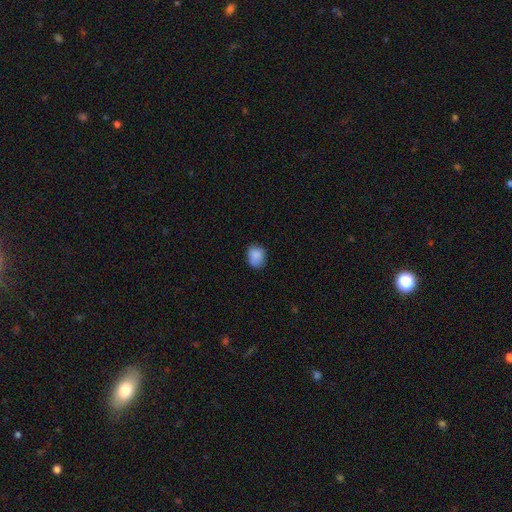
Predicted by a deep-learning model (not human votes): smooth-or-featured: smooth: 87% | star or artifact: 8% | featured or disk: 5%
  how-rounded: round: 59% | in between: 40% | cigar-shaped: 1%
  merging: none: 75% | minor disturbance: 21% | major disturbance: 4% | merger: 1%